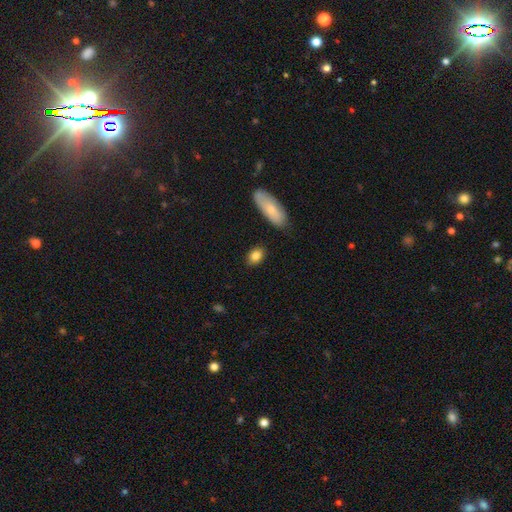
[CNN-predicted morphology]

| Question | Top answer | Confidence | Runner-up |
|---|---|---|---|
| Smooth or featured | smooth | 84% | featured or disk (8%) |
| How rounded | in between | 76% | round (21%) |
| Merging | none | 85% | minor disturbance (10%) |